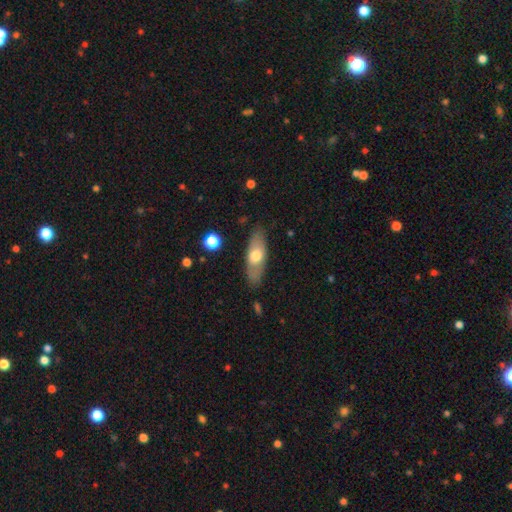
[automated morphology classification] smooth 59%, featured or disk 36%, star or artifact 6%. Down the decision tree: how rounded — in between (68%); merging — none (81%).